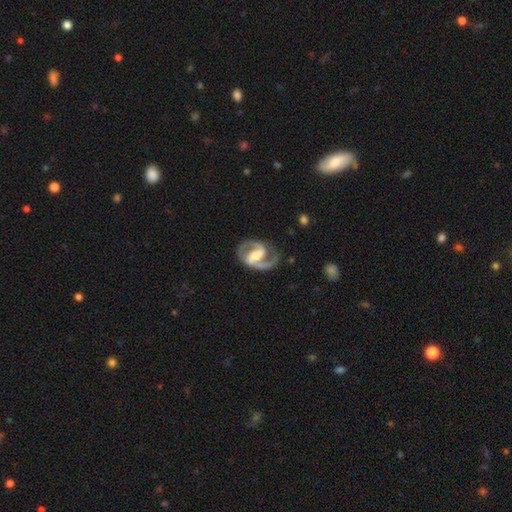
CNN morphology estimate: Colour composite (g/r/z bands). It shows a featured or disk galaxy (90%) with a strong bar (49%), 2 (91%) medium (59%) spiral arms (96%) and a moderate central bulge (45%). Merging: none (75%).